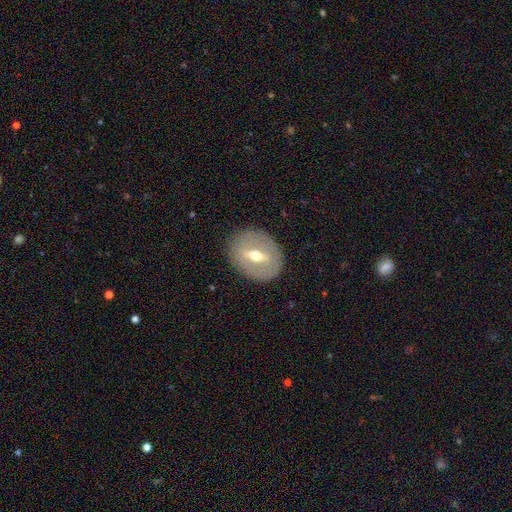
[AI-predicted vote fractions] Smooth or featured: featured or disk — 62% (smooth — 31%)
Edge-on disk: no — 84% (yes — 16%)
Bar: strong — 48% (weak — 39%)
Spiral arms: no — 85% (yes — 15%)
Bulge size: moderate — 71% (small — 22%)
Merging: none — 85% (minor disturbance — 10%)